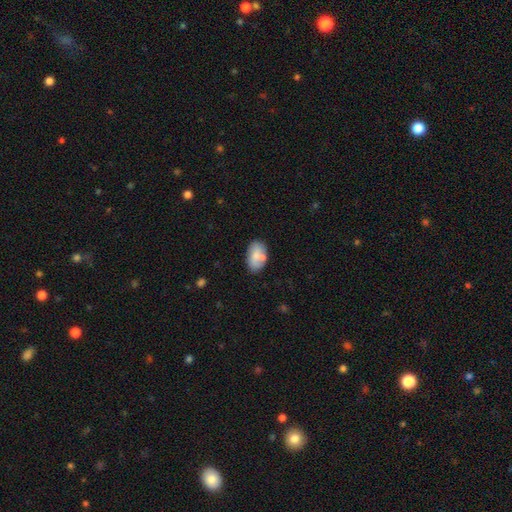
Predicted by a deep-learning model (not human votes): Smooth or featured?
  - smooth: 72% *
  - featured or disk: 21%
  - star or artifact: 7%
How rounded?
  - in between: 92% *
  - round: 6%
  - cigar-shaped: 2%
Merging?
  - none: 66% *
  - minor disturbance: 18%
  - merger: 11%
  - major disturbance: 5%